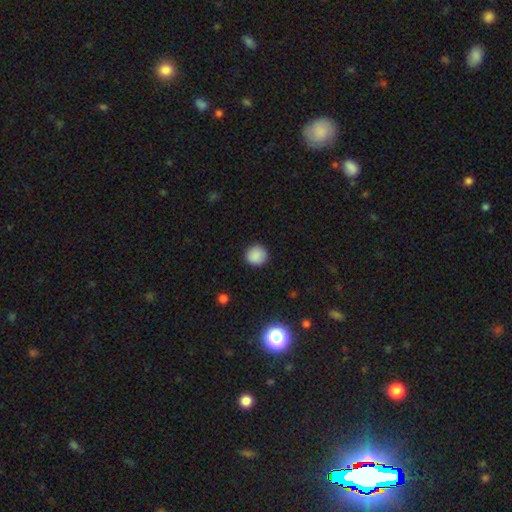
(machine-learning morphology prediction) A smooth galaxy with no disk features (88%) that is round (93%).

Vote fractions:
- Smooth or featured? smooth: 88% / star or artifact: 9% / featured or disk: 3%
- How rounded? round: 93% / in between: 6% / cigar-shaped: 1%
- Merging? none: 91% / minor disturbance: 6% / major disturbance: 2% / merger: 1%